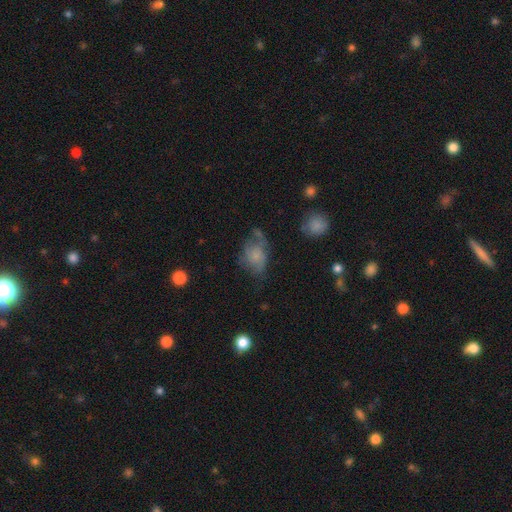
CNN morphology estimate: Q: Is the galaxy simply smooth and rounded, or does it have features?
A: smooth — 57%.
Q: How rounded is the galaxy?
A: in between — 71%.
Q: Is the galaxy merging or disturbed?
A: none — 36%.